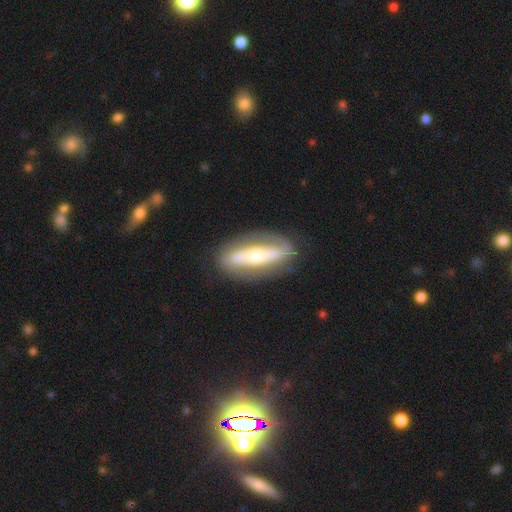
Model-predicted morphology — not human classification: Smooth or featured?
  - featured or disk: 74% *
  - smooth: 18%
  - star or artifact: 8%
Edge-on disk?
  - no: 76% *
  - yes: 24%
Bar?
  - strong: 56% *
  - no: 23%
  - weak: 21%
Spiral arms?
  - yes: 70% *
  - no: 30%
Bulge size?
  - moderate: 56% *
  - small: 31%
  - large: 9%
  - dominant: 2%
  - none: 2%
Merging?
  - none: 82% *
  - minor disturbance: 12%
  - major disturbance: 5%
  - merger: 2%